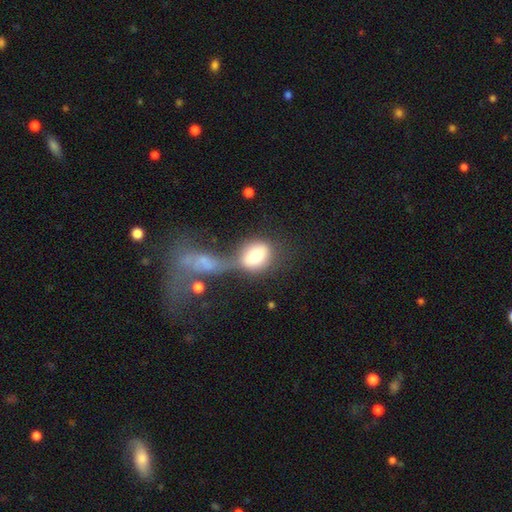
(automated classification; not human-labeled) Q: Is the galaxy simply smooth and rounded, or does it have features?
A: smooth — 76%.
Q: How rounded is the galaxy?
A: in between — 56%.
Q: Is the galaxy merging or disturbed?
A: merger — 46%.